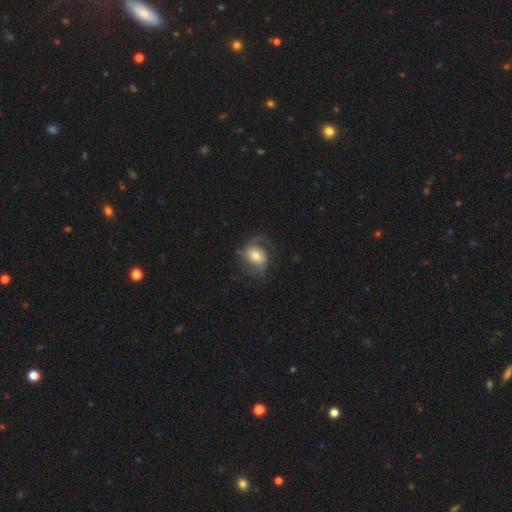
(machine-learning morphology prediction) Smooth or featured? featured or disk (47%)
Merging? none (47%)